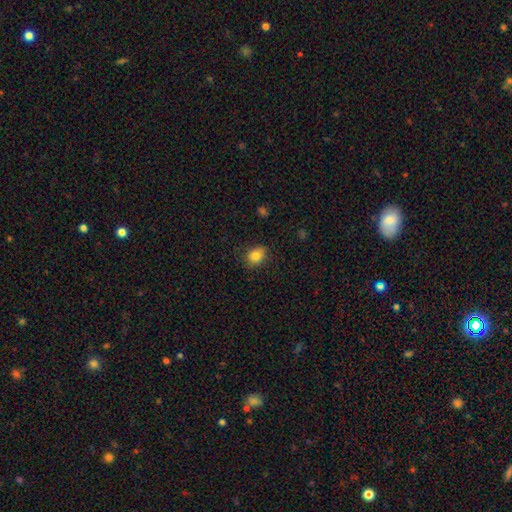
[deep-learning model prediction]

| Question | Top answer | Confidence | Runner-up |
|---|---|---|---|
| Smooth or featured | smooth | 83% | star or artifact (10%) |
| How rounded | in between | 51% | round (48%) |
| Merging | none | 83% | minor disturbance (13%) |